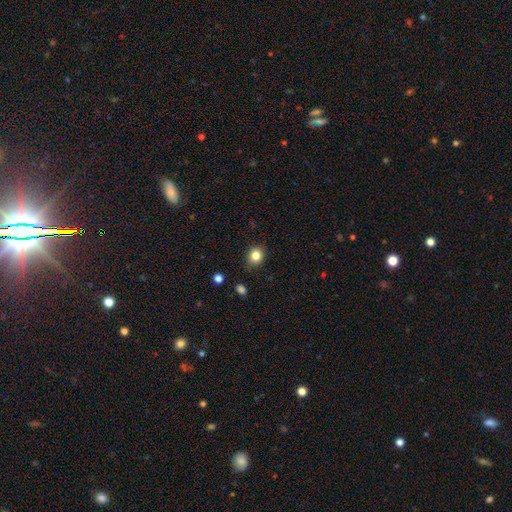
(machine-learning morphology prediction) A smooth galaxy with no disk features (83%) that is round (75%). Merging: none (85%).